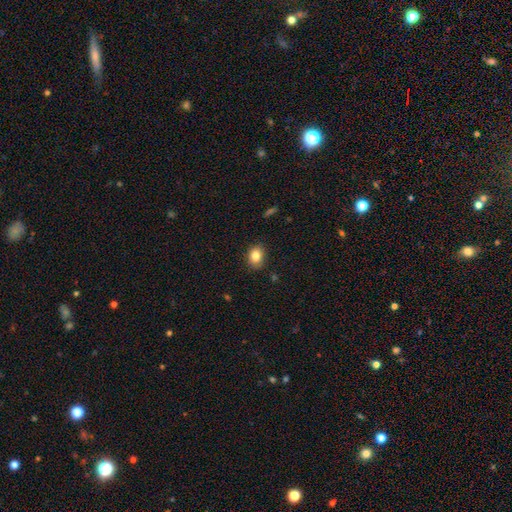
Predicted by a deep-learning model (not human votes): Smooth or featured: smooth — 84% (star or artifact — 9%)
How rounded: in between — 61% (round — 38%)
Merging: none — 86% (minor disturbance — 11%)